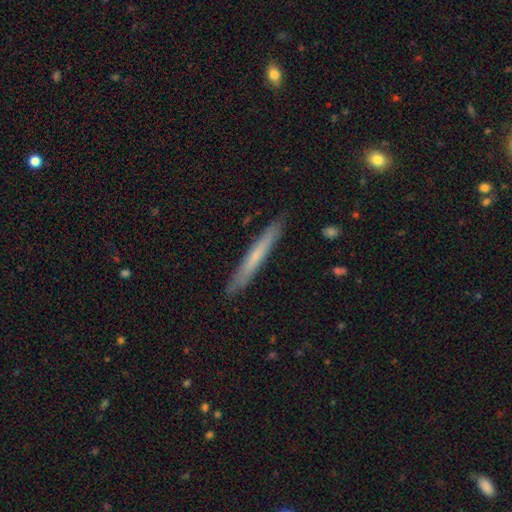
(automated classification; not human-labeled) smooth 58%, featured or disk 37%, star or artifact 6%. Down the decision tree: how rounded — cigar-shaped (96%); merging — none (89%).